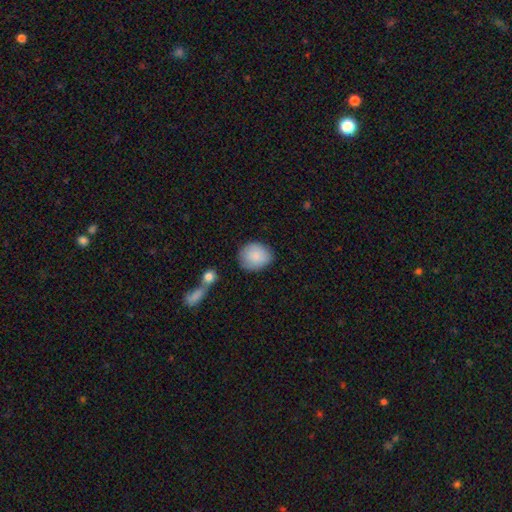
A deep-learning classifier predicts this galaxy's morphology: smooth 87%, featured or disk 7%, star or artifact 6%. Down the decision tree: how rounded — round (69%); merging — none (78%).